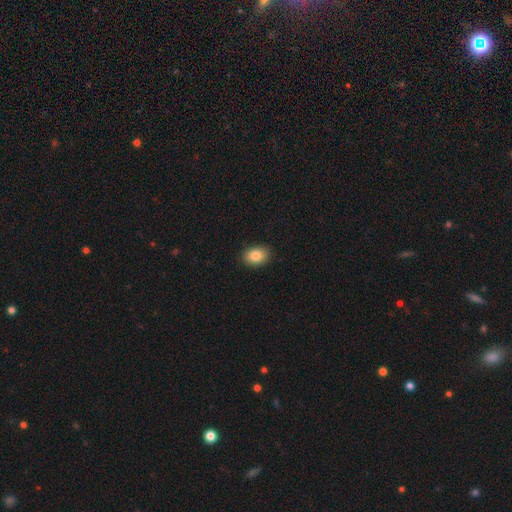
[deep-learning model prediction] This is clearly a smooth galaxy (84%). How rounded: likely in between (72%). Merging: clearly none (89%).